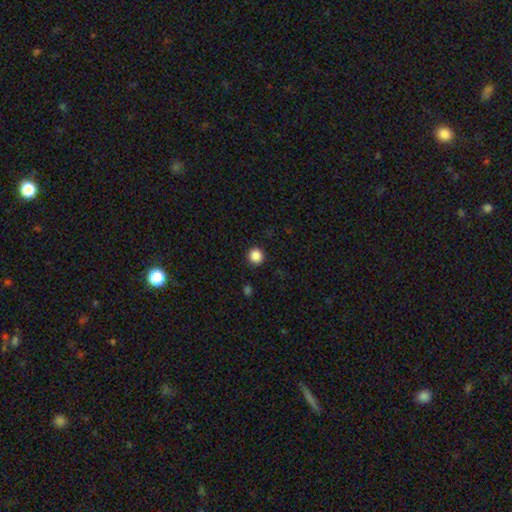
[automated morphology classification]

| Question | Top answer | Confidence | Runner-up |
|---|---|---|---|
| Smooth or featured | smooth | 87% | star or artifact (10%) |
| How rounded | round | 93% | in between (6%) |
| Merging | none | 92% | minor disturbance (5%) |